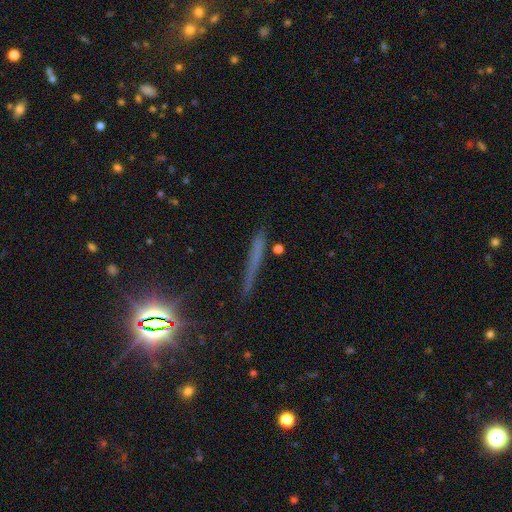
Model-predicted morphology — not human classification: type=smooth (41%); merging=none (79%).